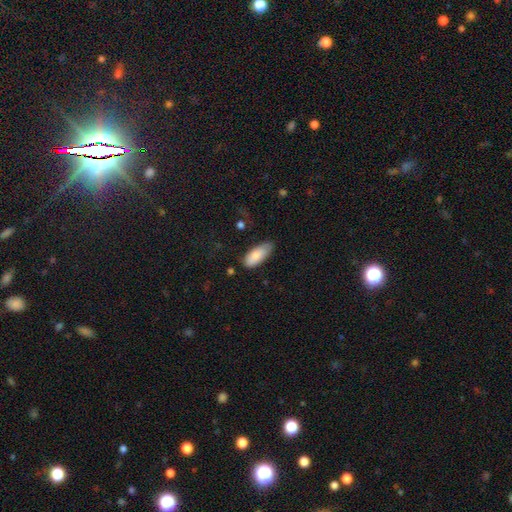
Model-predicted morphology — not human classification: smooth-or-featured: smooth: 82% | featured or disk: 11% | star or artifact: 6%
  how-rounded: in between: 84% | cigar-shaped: 14% | round: 2%
  merging: none: 69% | minor disturbance: 24% | major disturbance: 4% | merger: 2%